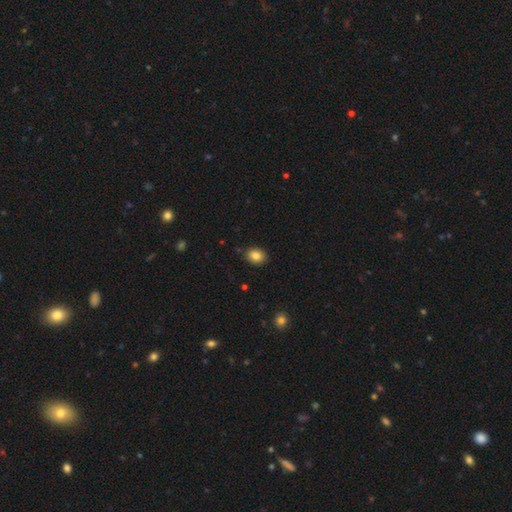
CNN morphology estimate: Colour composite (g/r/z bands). It shows a smooth galaxy with no disk features (84%) that is in between round and cigar-shaped (60%). Merging: none (87%).